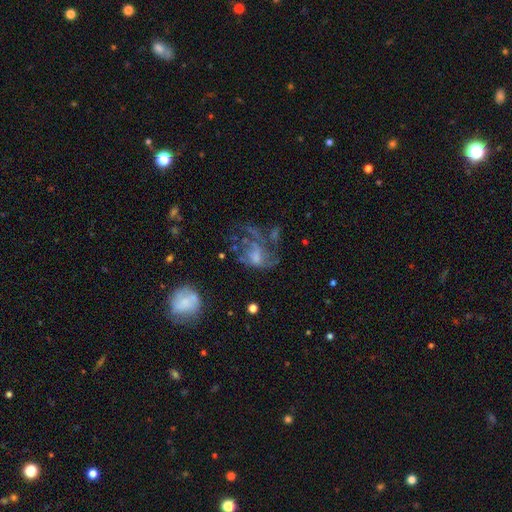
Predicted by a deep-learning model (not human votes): Smooth or featured?
  - featured or disk: 64% *
  - smooth: 23%
  - star or artifact: 13%
Edge-on disk?
  - no: 97% *
  - yes: 3%
Bar?
  - no: 72% *
  - weak: 23%
  - strong: 5%
Spiral arms?
  - yes: 58% *
  - no: 42%
Bulge size?
  - none: 36% *
  - moderate: 30%
  - small: 23%
  - large: 9%
  - dominant: 2%
Merging?
  - major disturbance: 50% *
  - none: 26%
  - minor disturbance: 15%
  - merger: 9%